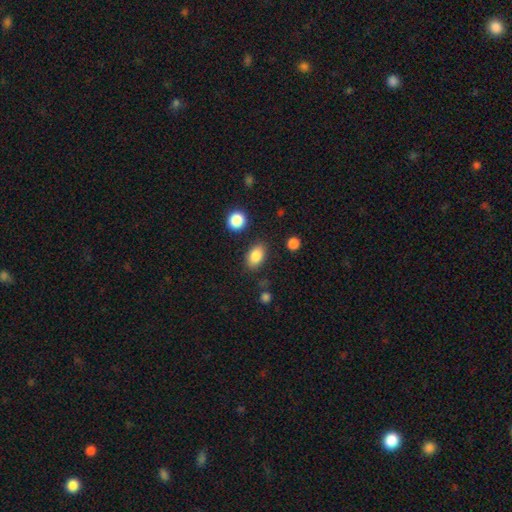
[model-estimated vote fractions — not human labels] A smooth galaxy with no disk features (86%) that is in between round and cigar-shaped (85%). Merging: none (82%).